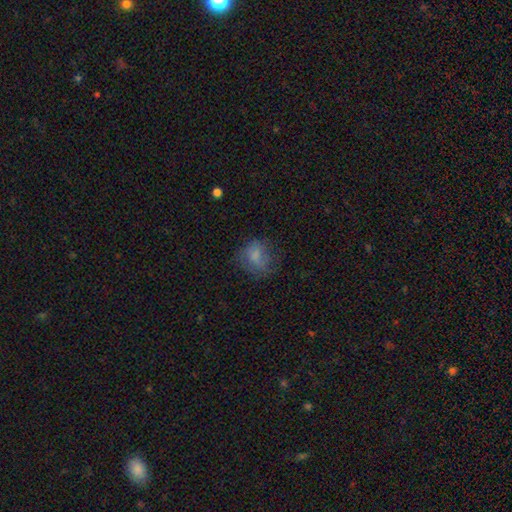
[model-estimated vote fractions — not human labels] Smooth or featured? smooth (66%)
How rounded? round (56%)
Merging? none (52%)